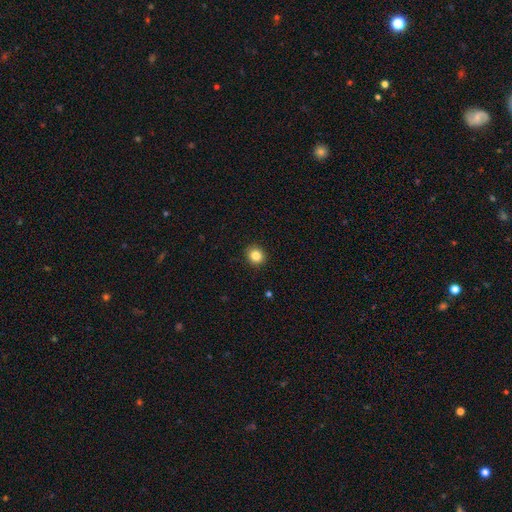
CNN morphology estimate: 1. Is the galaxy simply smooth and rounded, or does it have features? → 85% smooth, 10% star or artifact, 5% featured or disk.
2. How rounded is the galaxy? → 87% round, 12% in between, 1% cigar-shaped.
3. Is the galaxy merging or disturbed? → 91% none, 6% minor disturbance, 2% major disturbance, 1% merger.